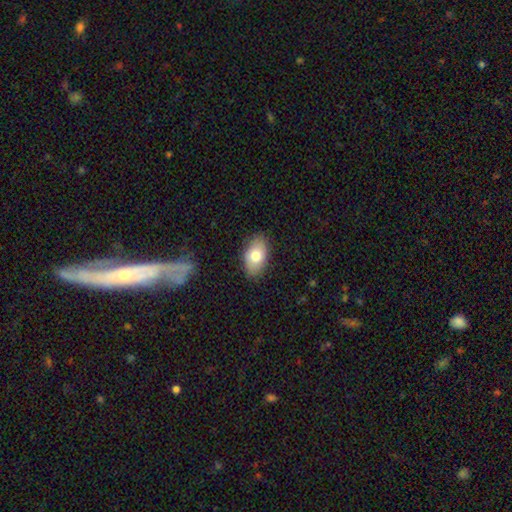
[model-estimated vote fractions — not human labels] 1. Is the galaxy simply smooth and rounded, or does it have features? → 76% smooth, 17% featured or disk, 7% star or artifact.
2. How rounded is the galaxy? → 92% in between, 7% round, 2% cigar-shaped.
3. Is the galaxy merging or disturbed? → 85% none, 11% minor disturbance, 2% major disturbance, 1% merger.